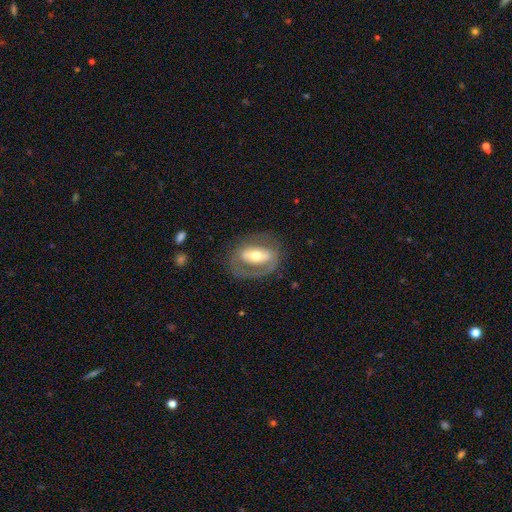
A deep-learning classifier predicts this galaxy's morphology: Smooth or featured? featured or disk (67%)
Edge-on disk? no (91%)
Bar? strong (43%)
Spiral arms? yes (56%)
Bulge size? moderate (64%)
Merging? none (67%)